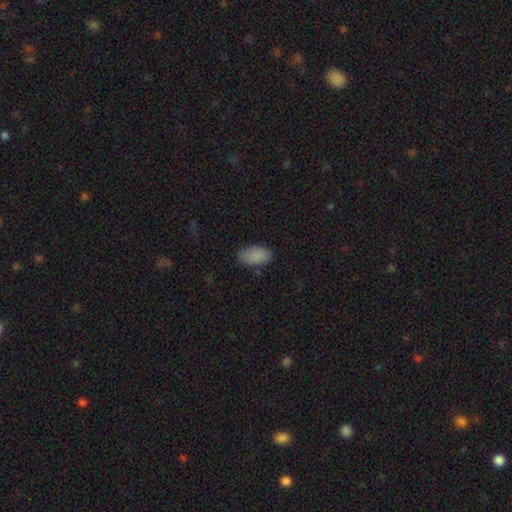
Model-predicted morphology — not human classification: Smooth or featured? Predicted: smooth (p=0.88). How rounded? Predicted: in between (p=0.94). Merging? Predicted: none (p=0.78).